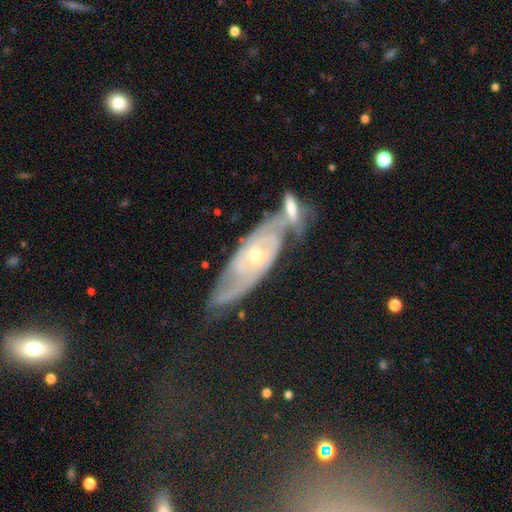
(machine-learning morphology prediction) type=featured or disk (78%); edge-on=no (85%); bar=no (60%); spiral arms=yes (91%); winding=tight (59%); arm count=2 (53%); bulge=small (59%); merging=none (55%).